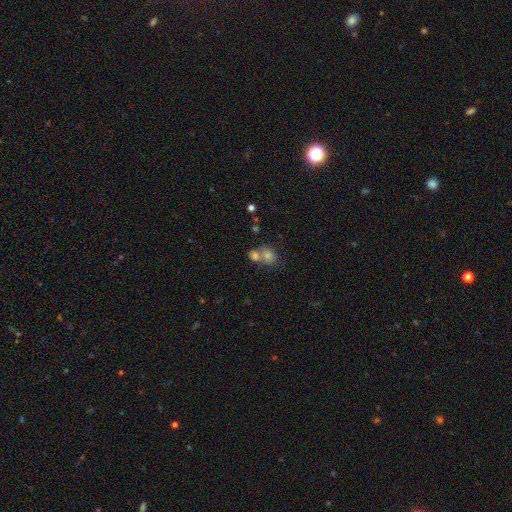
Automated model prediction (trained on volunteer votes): Smooth or featured? smooth (71%)
How rounded? round (56%)
Merging? merger (50%)